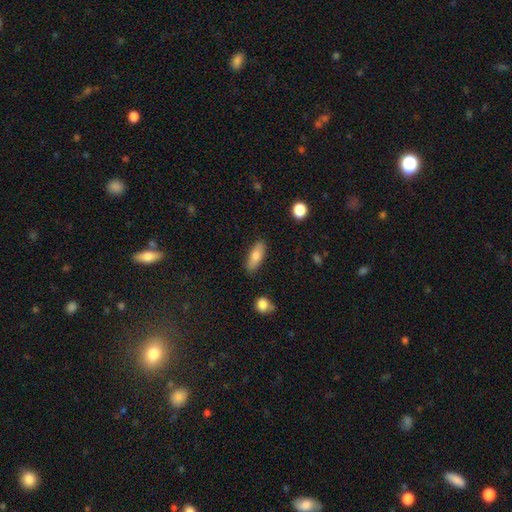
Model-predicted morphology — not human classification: smooth_or_featured: smooth (p=0.76) [alt: featured or disk p=0.18]
how_rounded: in between (p=0.69) [alt: cigar-shaped p=0.27]
merging: none (p=0.84) [alt: minor disturbance p=0.11]